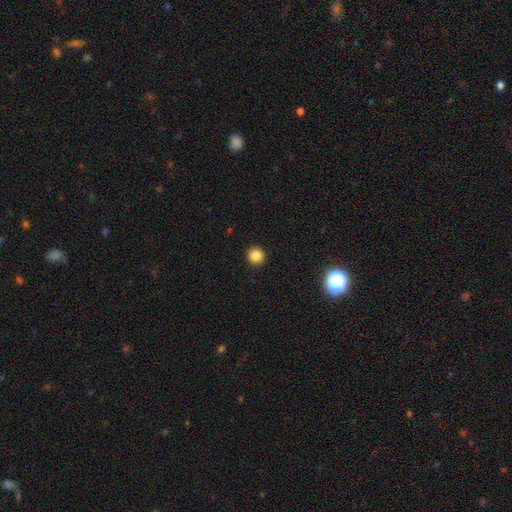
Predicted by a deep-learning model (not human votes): smooth_or_featured: smooth (p=0.86) [alt: star or artifact p=0.11]
how_rounded: round (p=0.95) [alt: in between p=0.04]
merging: none (p=0.93) [alt: minor disturbance p=0.04]